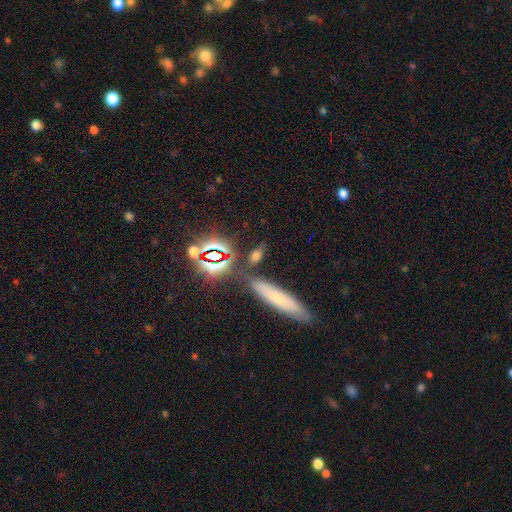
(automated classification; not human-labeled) smooth-or-featured: smooth: 59% | star or artifact: 28% | featured or disk: 13%
  how-rounded: in between: 59% | cigar-shaped: 29% | round: 12%
  merging: none: 74% | minor disturbance: 11% | merger: 10% | major disturbance: 5%